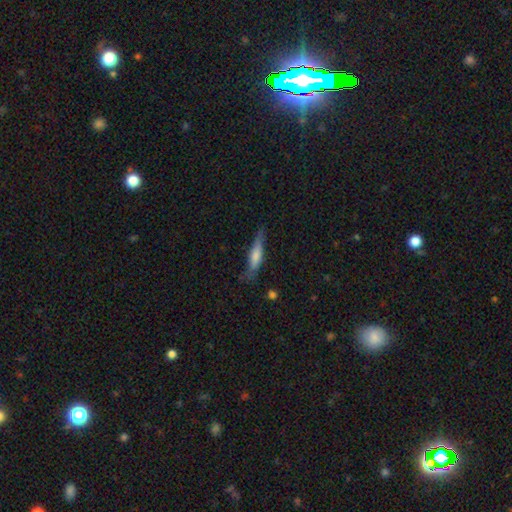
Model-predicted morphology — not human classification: smooth_or_featured: smooth (p=0.55) [alt: featured or disk p=0.39]
how_rounded: cigar-shaped (p=0.84) [alt: in between p=0.14]
merging: none (p=0.70) [alt: minor disturbance p=0.22]